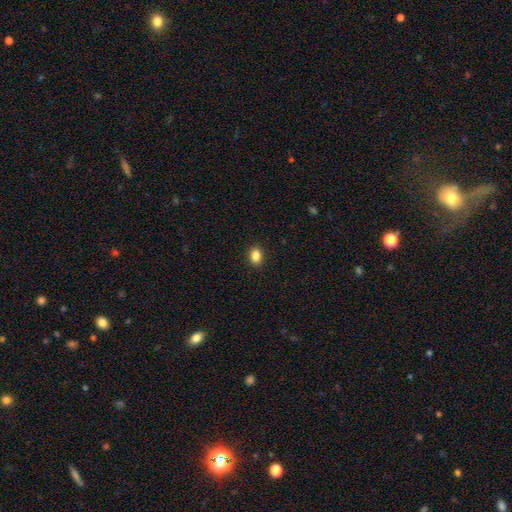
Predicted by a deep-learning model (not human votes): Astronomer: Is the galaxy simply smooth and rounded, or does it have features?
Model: smooth — 86%.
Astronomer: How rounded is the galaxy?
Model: in between — 74%.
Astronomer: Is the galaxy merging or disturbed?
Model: none — 90%.